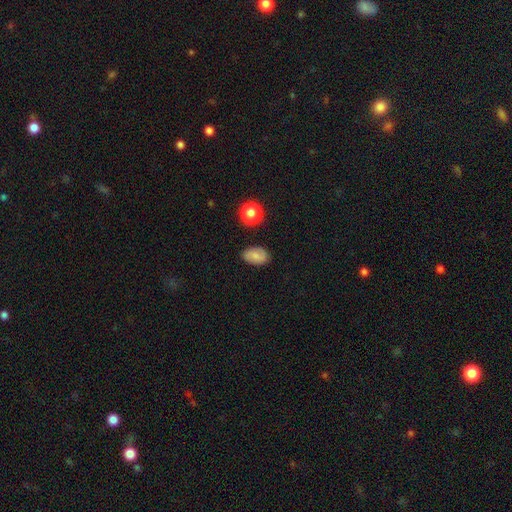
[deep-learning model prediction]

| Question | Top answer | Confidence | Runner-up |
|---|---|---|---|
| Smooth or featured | smooth | 68% | featured or disk (22%) |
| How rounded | in between | 86% | round (13%) |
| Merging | none | 82% | minor disturbance (13%) |